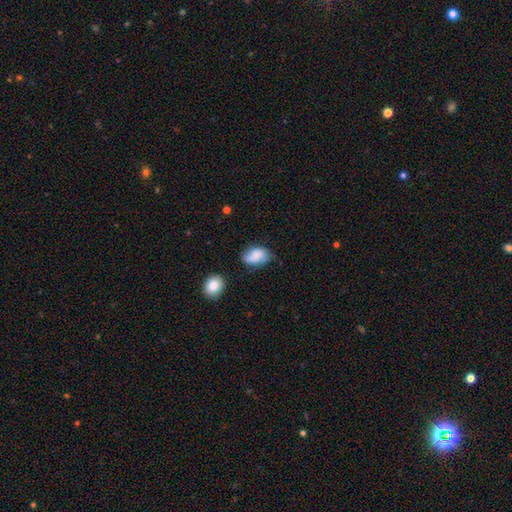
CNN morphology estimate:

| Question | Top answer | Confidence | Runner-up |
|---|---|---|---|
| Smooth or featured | smooth | 72% | featured or disk (20%) |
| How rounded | in between | 85% | round (13%) |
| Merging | none | 55% | minor disturbance (30%) |